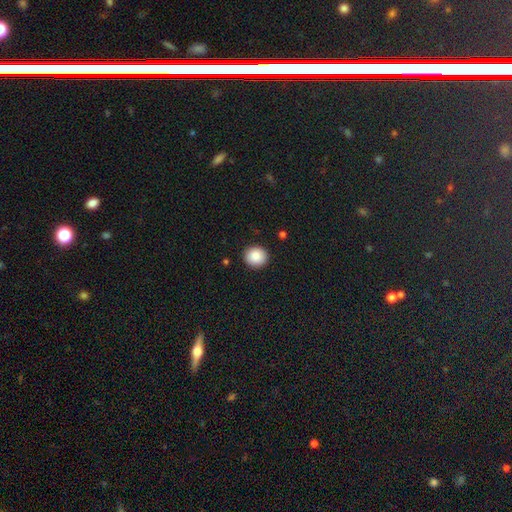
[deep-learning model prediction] smooth-or-featured: smooth: 86% | star or artifact: 8% | featured or disk: 5%
  how-rounded: round: 86% | in between: 13% | cigar-shaped: 1%
  merging: none: 91% | minor disturbance: 6% | major disturbance: 2% | merger: 1%